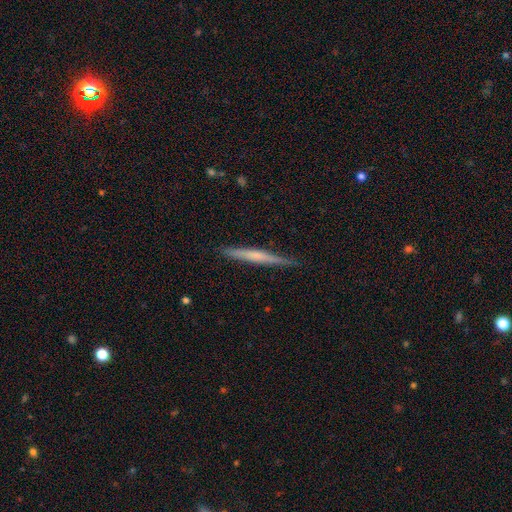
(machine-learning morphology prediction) This is possibly a featured or disk galaxy (52%). It is clearly viewed edge-on (97%). Edge-on bulge: possibly none (60%). Merging: clearly none (87%).